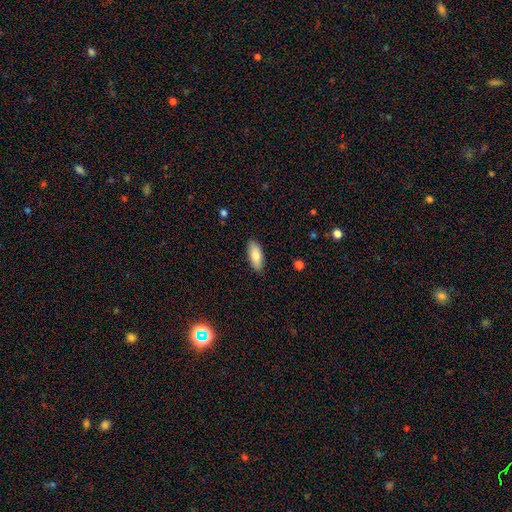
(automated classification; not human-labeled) Q: Smooth or featured?
A: smooth (82%); runner-up: featured or disk (12%)
Q: How rounded?
A: in between (80%); runner-up: cigar-shaped (18%)
Q: Merging?
A: none (88%); runner-up: minor disturbance (9%)